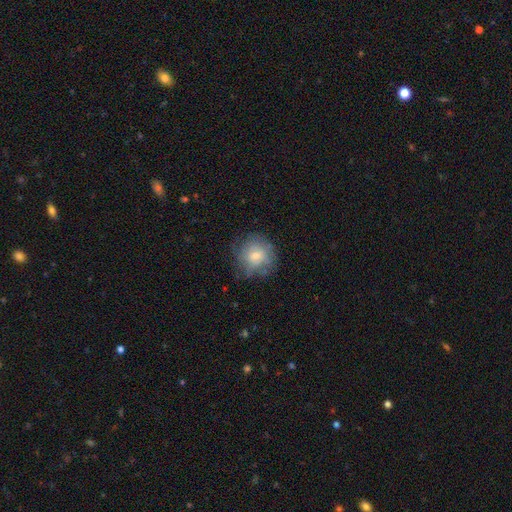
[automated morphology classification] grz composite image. It shows a smooth galaxy with no disk features (62%) that is round (87%). Merging: none (69%).